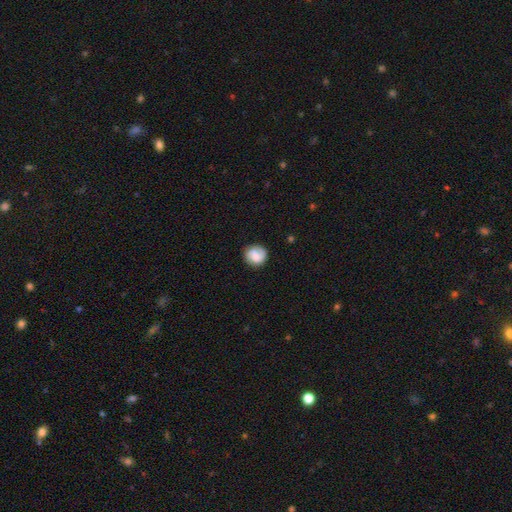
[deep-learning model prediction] smooth-or-featured: smooth: 63% | featured or disk: 29% | star or artifact: 8%
  how-rounded: round: 85% | in between: 14% | cigar-shaped: 1%
  merging: none: 75% | minor disturbance: 17% | major disturbance: 6% | merger: 2%